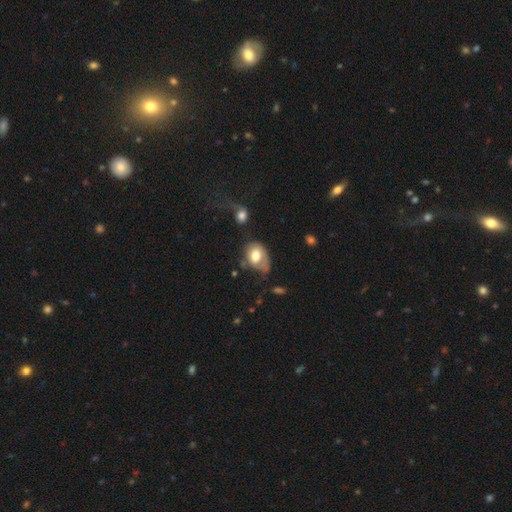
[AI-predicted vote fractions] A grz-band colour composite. It shows a smooth galaxy with no disk features (61%) that is in between round and cigar-shaped (75%). Merging: none (32%).